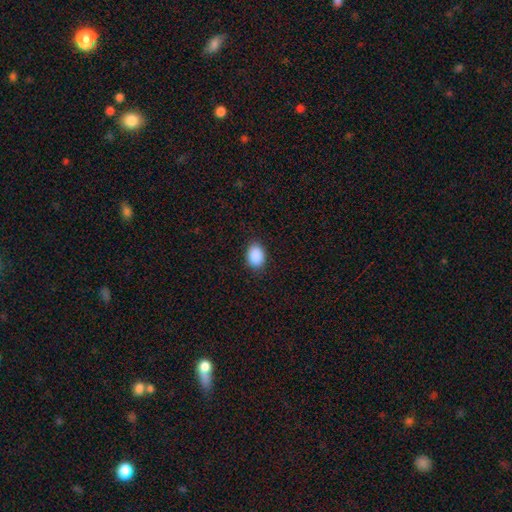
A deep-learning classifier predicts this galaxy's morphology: type=smooth (90%); roundness=in between (80%); merging=none (88%).